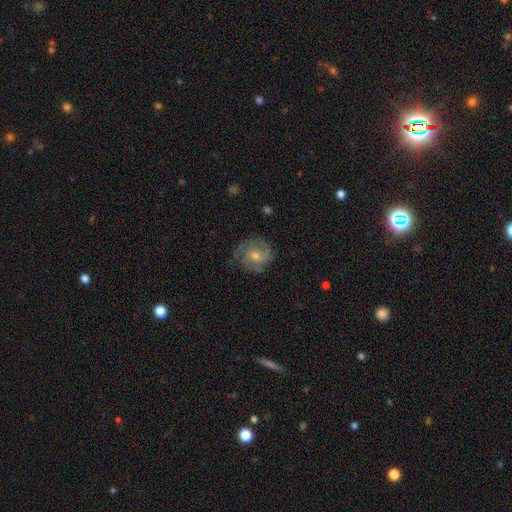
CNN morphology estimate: Smooth or featured?
  - featured or disk: 79% *
  - smooth: 12%
  - star or artifact: 8%
Edge-on disk?
  - no: 98% *
  - yes: 2%
Bar?
  - no: 61% *
  - weak: 33%
  - strong: 6%
Spiral arms?
  - yes: 96% *
  - no: 4%
Spiral winding?
  - tight: 52% *
  - medium: 39%
  - loose: 9%
Spiral arm count?
  - 3: 40% *
  - 2: 25%
  - can't tell: 17%
  - 4: 8%
  - 1: 5%
  - more than 4: 5%
Bulge size?
  - moderate: 56% *
  - small: 39%
  - large: 2%
  - none: 2%
  - dominant: 1%
Merging?
  - none: 78% *
  - minor disturbance: 15%
  - major disturbance: 5%
  - merger: 1%